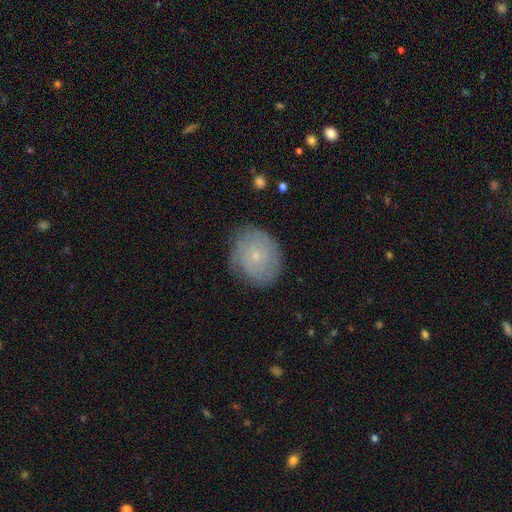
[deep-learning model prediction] The model was most divided on "smooth or featured": featured or disk: 51%, smooth: 40%, star or artifact: 9%. More confident: edge-on disk — no (96%); merging — none (75%).